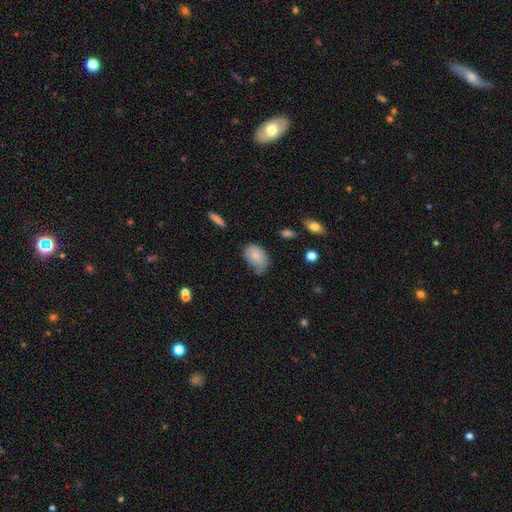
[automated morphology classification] This is clearly a smooth galaxy (81%). How rounded: clearly in between (86%). Merging: marginally none (44%).